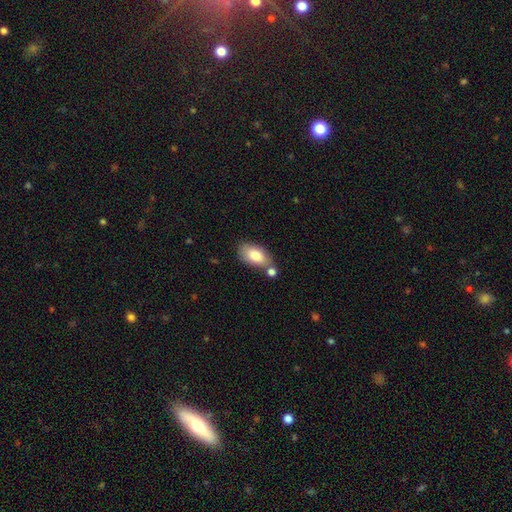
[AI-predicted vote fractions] smooth 79%, featured or disk 14%, star or artifact 7%. Down the decision tree: how rounded — in between (92%); merging — none (60%).